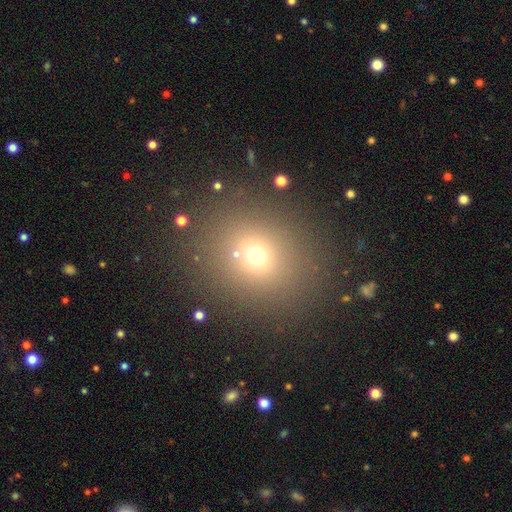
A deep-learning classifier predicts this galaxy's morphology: smooth_or_featured: smooth (p=0.64) [alt: star or artifact p=0.25]
how_rounded: round (p=0.76) [alt: in between p=0.23]
merging: none (p=0.83) [alt: minor disturbance p=0.08]